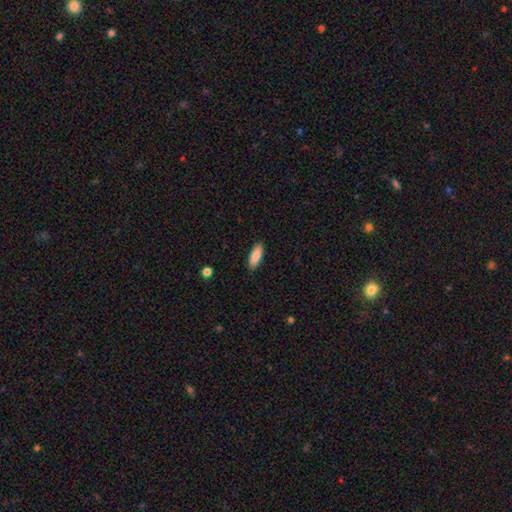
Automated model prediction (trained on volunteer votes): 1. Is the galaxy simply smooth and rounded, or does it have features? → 87% smooth, 8% featured or disk, 6% star or artifact.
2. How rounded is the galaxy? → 63% in between, 35% cigar-shaped, 2% round.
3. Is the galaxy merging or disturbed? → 88% none, 9% minor disturbance, 2% major disturbance, 1% merger.